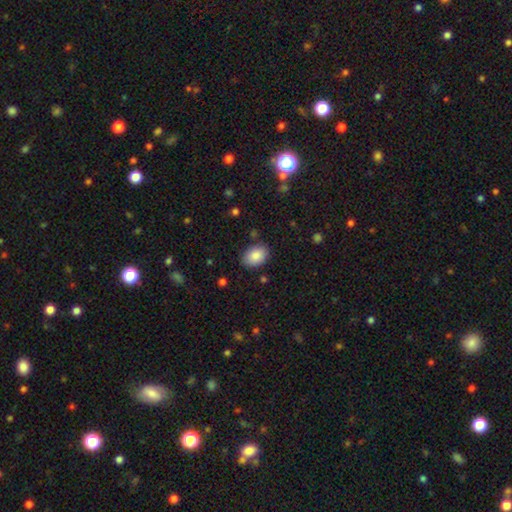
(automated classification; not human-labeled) Smooth or featured? Predicted: smooth (p=0.86). How rounded? Predicted: in between (p=0.78). Merging? Predicted: none (p=0.82).